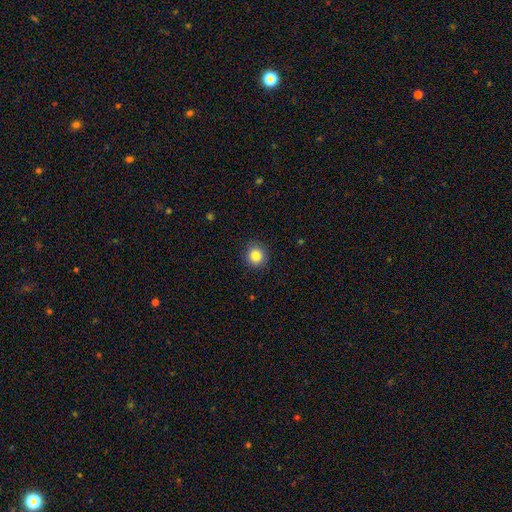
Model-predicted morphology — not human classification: This is clearly a smooth galaxy (85%). How rounded: clearly round (90%). Merging: clearly none (90%).